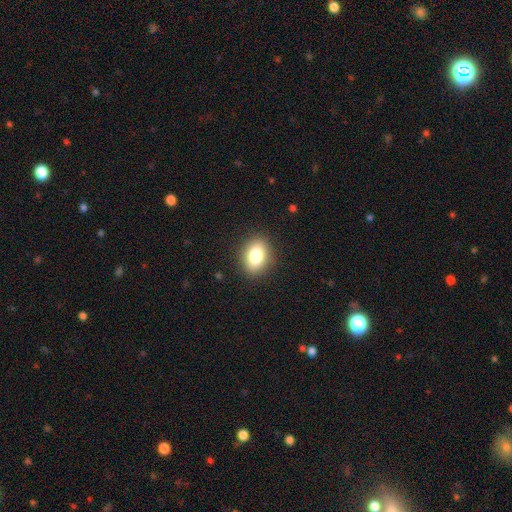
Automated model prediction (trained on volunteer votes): Smooth or featured?
  - smooth: 81% *
  - featured or disk: 10%
  - star or artifact: 10%
How rounded?
  - in between: 71% *
  - round: 28%
  - cigar-shaped: 1%
Merging?
  - none: 88% *
  - minor disturbance: 8%
  - major disturbance: 3%
  - merger: 1%